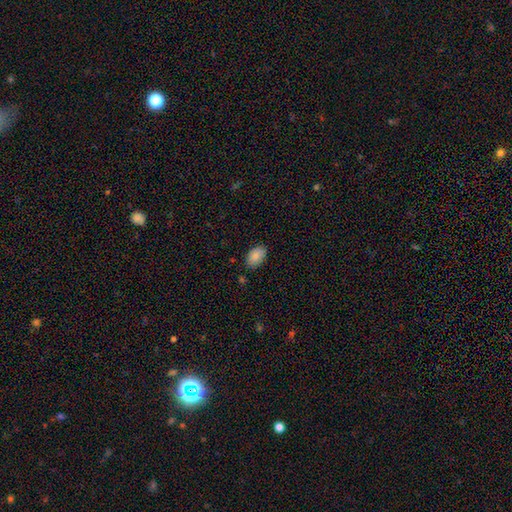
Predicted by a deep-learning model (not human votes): Smooth or featured? Predicted: smooth (p=0.88). How rounded? Predicted: in between (p=0.92). Merging? Predicted: none (p=0.84).